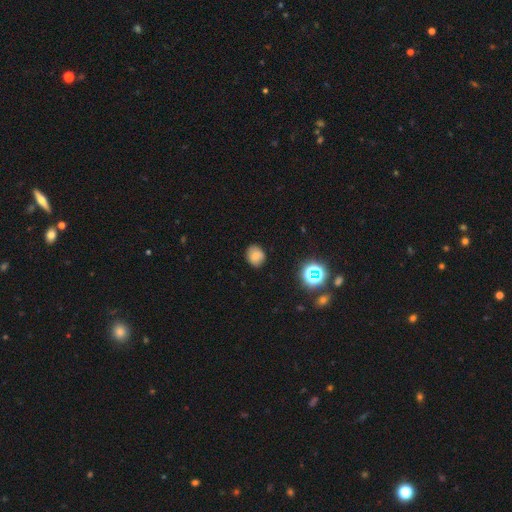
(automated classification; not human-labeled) Smooth or featured? Predicted: smooth (p=0.71). How rounded? Predicted: round (p=0.64). Merging? Predicted: none (p=0.82).